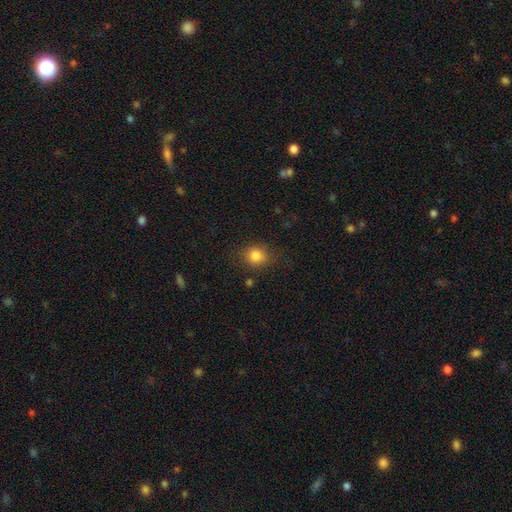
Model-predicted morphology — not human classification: Overall: smooth (83%). How rounded: round (74%). Merging: none (78%).